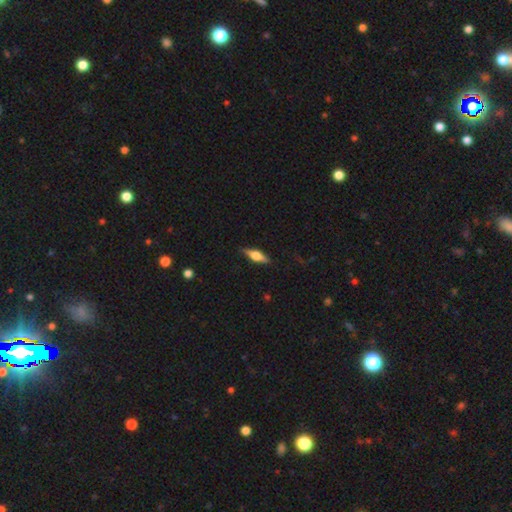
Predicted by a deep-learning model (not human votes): A featured or disk galaxy (57%) viewed edge-on (95%) with a rounded central bulge (91%).

Vote fractions:
- Smooth or featured? featured or disk: 57% / smooth: 36% / star or artifact: 7%
- Edge-on disk? yes: 95% / no: 5%
- Edge-on bulge? rounded: 91% / boxy: 8% / none: 2%
- Merging? none: 86% / minor disturbance: 10% / major disturbance: 2% / merger: 1%